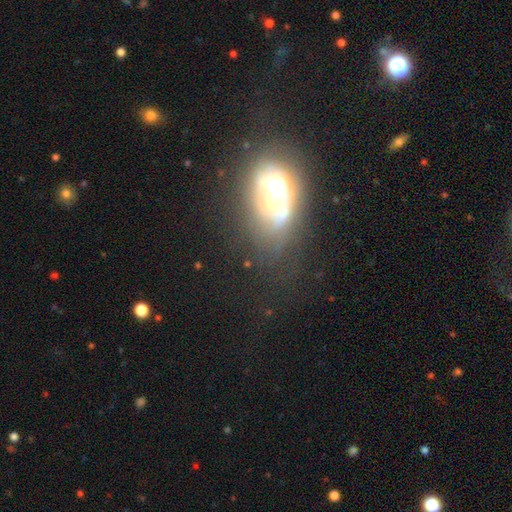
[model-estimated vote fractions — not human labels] Smooth or featured? Predicted: smooth (p=0.40). Merging? Predicted: merger (p=0.51).